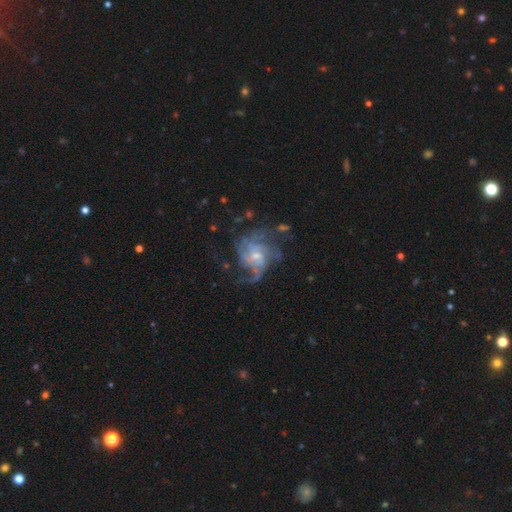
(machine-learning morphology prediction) The model was most divided on "spiral winding": medium: 42%, loose: 33%, tight: 25%. Remaining: edge-on disk — no (98%); spiral arms — yes (91%); smooth or featured — featured or disk (84%); bar — no (55%); bulge size — small (54%); merging — none (48%); spiral arm count — can't tell (31%).